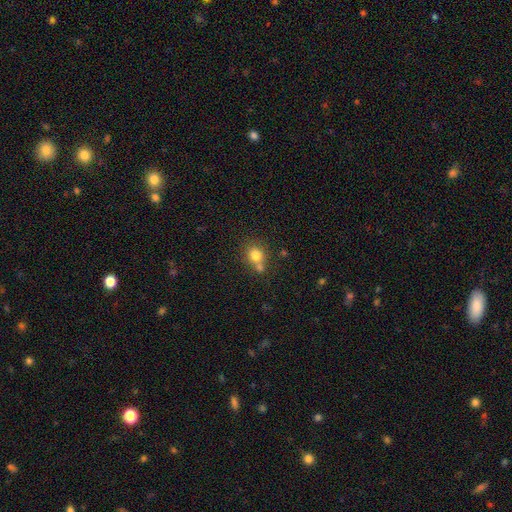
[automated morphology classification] Smooth or featured?
  - smooth: 78% *
  - star or artifact: 12%
  - featured or disk: 10%
How rounded?
  - round: 79% *
  - in between: 20%
  - cigar-shaped: 1%
Merging?
  - none: 51% *
  - merger: 35%
  - minor disturbance: 10%
  - major disturbance: 4%